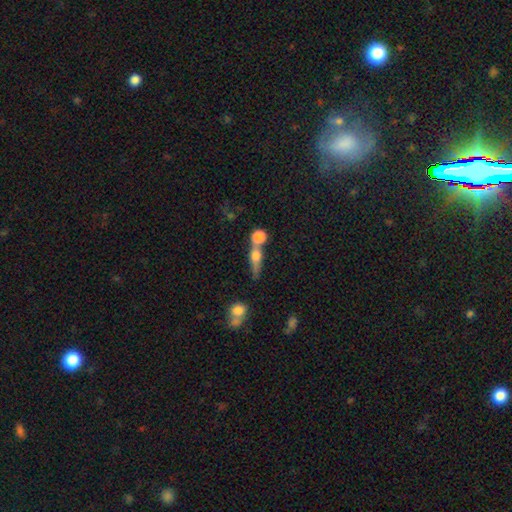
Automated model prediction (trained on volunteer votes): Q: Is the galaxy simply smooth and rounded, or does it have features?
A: smooth — 56%.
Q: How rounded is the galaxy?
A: cigar-shaped — 39%.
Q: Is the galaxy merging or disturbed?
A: merger — 45%.